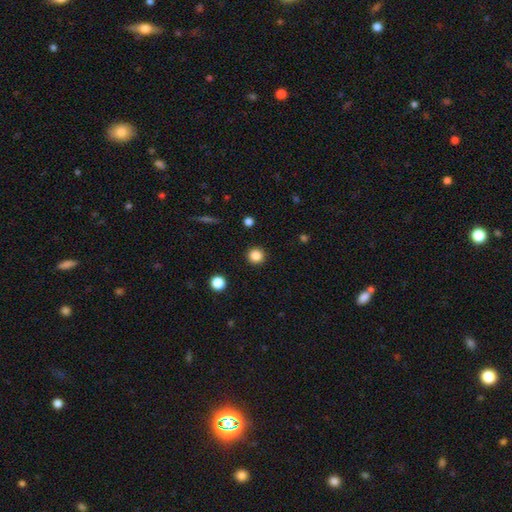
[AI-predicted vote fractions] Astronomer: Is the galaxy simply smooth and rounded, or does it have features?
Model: smooth — 85%.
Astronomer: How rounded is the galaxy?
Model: round — 95%.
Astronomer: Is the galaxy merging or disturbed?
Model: none — 92%.